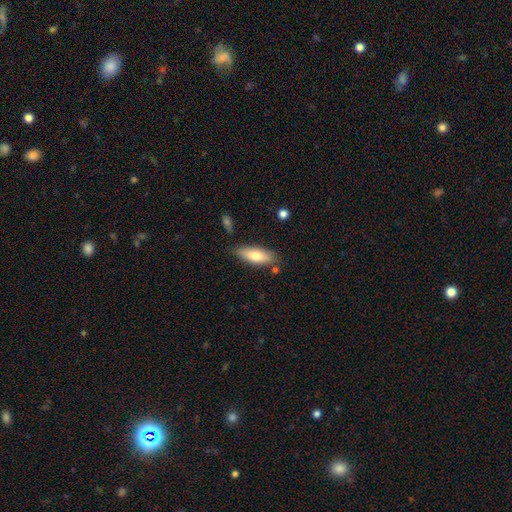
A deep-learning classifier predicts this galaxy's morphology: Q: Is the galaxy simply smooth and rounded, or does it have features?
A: smooth — 73%.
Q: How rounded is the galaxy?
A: in between — 66%.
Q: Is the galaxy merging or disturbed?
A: none — 77%.